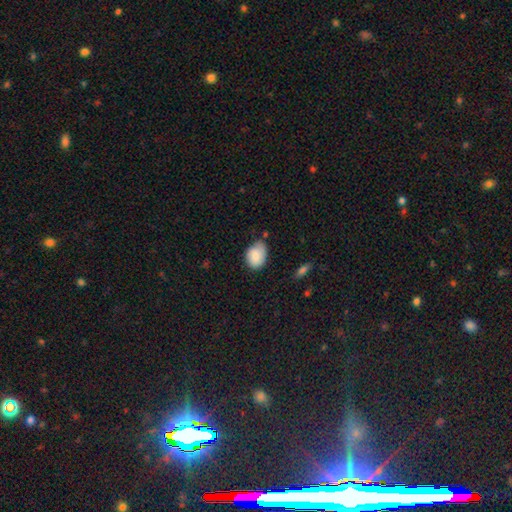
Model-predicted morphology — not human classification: Smooth or featured: smooth — 85% (featured or disk — 8%)
How rounded: in between — 72% (round — 27%)
Merging: none — 54% (minor disturbance — 36%)